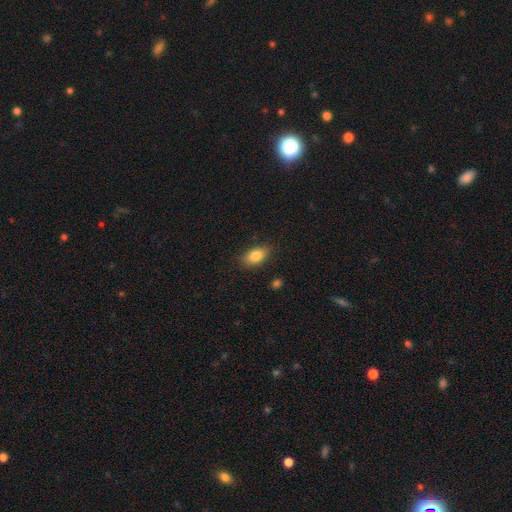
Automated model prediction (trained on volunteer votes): smooth_or_featured: smooth (p=0.83) [alt: featured or disk p=0.08]
how_rounded: in between (p=0.86) [alt: round p=0.10]
merging: none (p=0.84) [alt: minor disturbance p=0.12]